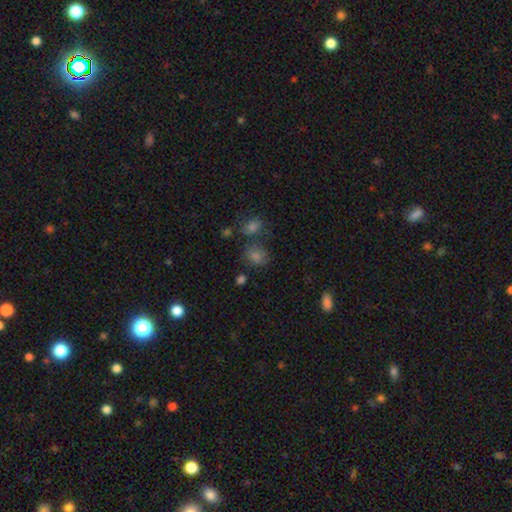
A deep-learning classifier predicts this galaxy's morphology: Smooth or featured? Predicted: smooth (p=0.64). How rounded? Predicted: round (p=0.57). Merging? Predicted: none (p=0.63).